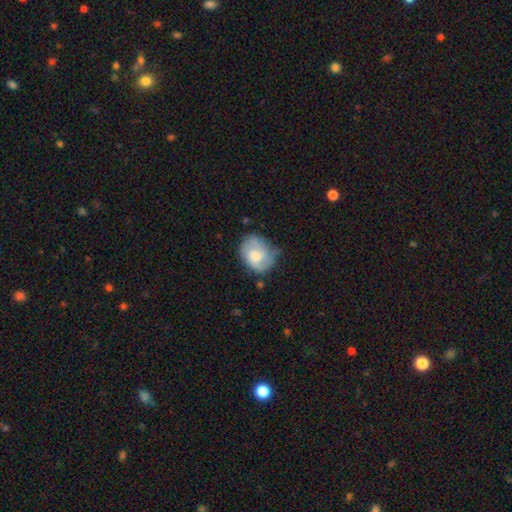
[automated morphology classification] This is possibly a featured or disk galaxy (48%). Merging: possibly none (54%).